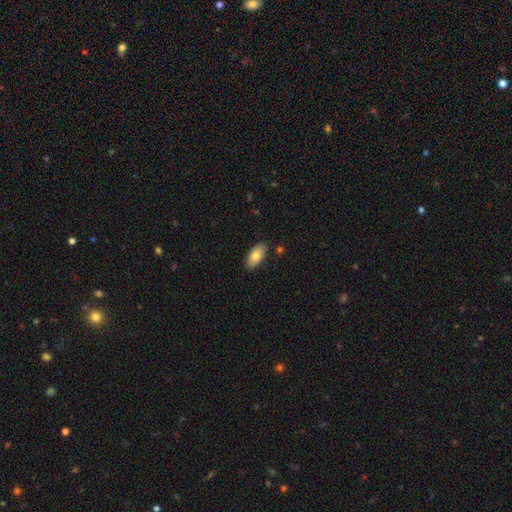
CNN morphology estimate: Smooth or featured? Predicted: smooth (p=0.77). How rounded? Predicted: in between (p=0.90). Merging? Predicted: none (p=0.86).